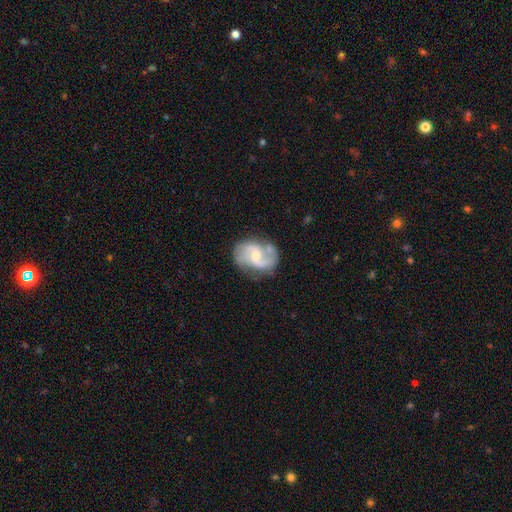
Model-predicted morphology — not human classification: featured or disk 85%, smooth 10%, star or artifact 5%. Down the decision tree: edge-on disk — no (98%); bar — weak (50%); spiral arms — yes (96%); spiral arm count — 2 (90%); spiral winding — medium (49%); bulge size — small (48%); merging — none (68%).